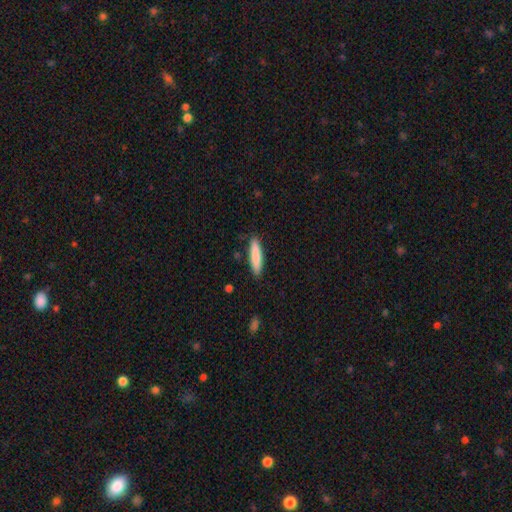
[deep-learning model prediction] Smooth or featured? smooth (83%)
How rounded? cigar-shaped (82%)
Merging? none (87%)